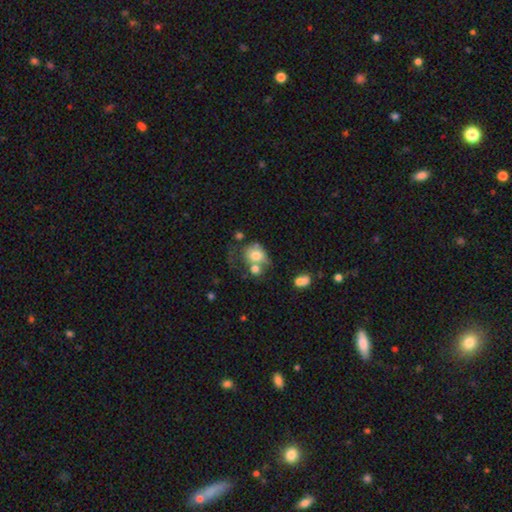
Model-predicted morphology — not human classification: This is likely a smooth galaxy (70%). How rounded: likely round (62%). Merging: marginally merger (44%).